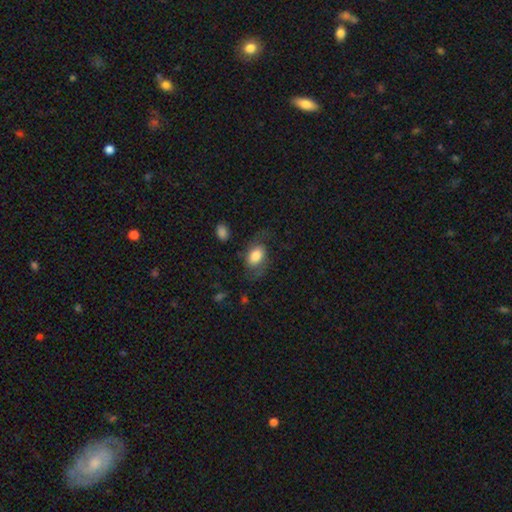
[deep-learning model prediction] The model was most divided on "merging": none: 57%, minor disturbance: 21%, major disturbance: 19%, merger: 2%. More confident: how rounded — in between (83%); smooth or featured — smooth (68%).